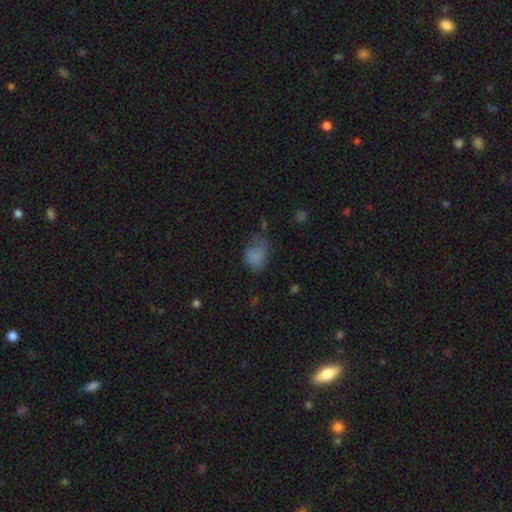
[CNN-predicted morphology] Smooth or featured? smooth (73%)
How rounded? in between (75%)
Merging? minor disturbance (33%, tied with none)